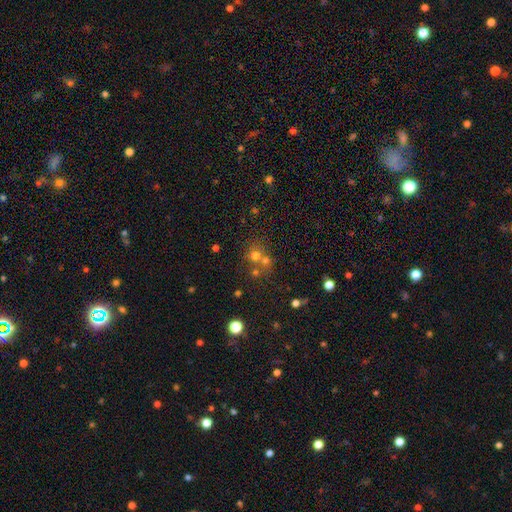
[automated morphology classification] The model was most divided on "merging": none: 46%, merger: 43%, minor disturbance: 7%, major disturbance: 4%. More confident: how rounded — round (84%); smooth or featured — smooth (64%).